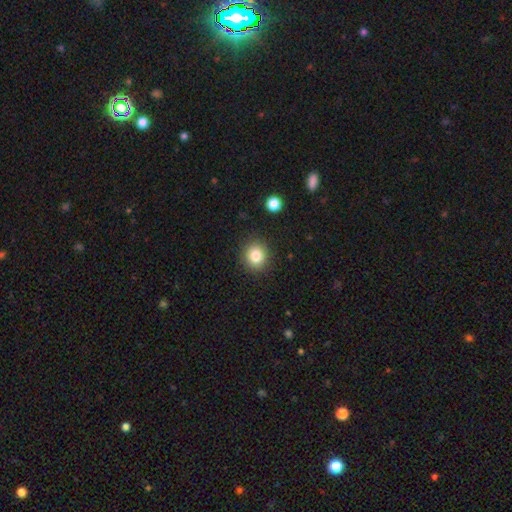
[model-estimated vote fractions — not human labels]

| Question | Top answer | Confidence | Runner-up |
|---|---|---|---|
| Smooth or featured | smooth | 83% | star or artifact (11%) |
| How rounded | round | 84% | in between (16%) |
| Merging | none | 89% | minor disturbance (7%) |